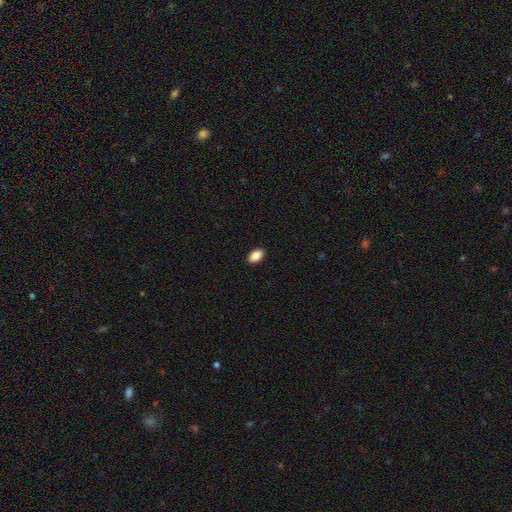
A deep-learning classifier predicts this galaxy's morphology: Smooth or featured: smooth — 89% (star or artifact — 7%)
How rounded: in between — 92% (round — 6%)
Merging: none — 91% (minor disturbance — 7%)